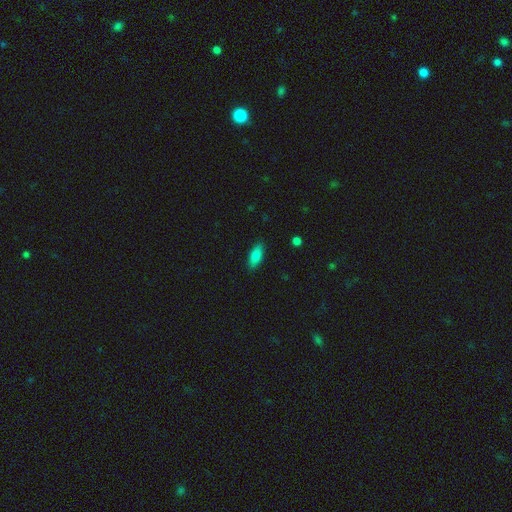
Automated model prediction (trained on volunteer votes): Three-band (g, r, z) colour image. It shows a smooth galaxy with no disk features (84%) that is in between round and cigar-shaped (80%). Merging: none (88%).